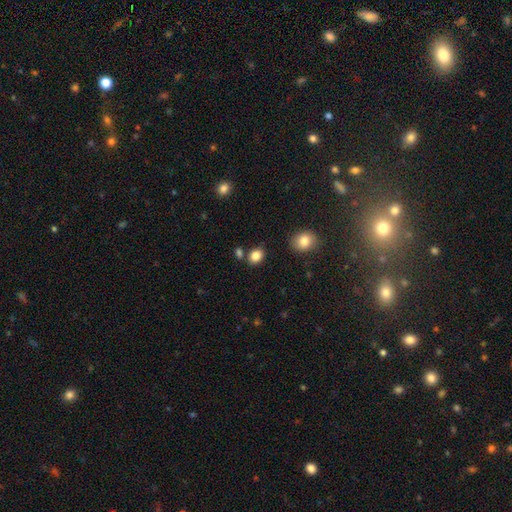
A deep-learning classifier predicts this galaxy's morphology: Overall: smooth (85%). How rounded: in between (56%; round 43%). Merging: none (79%).